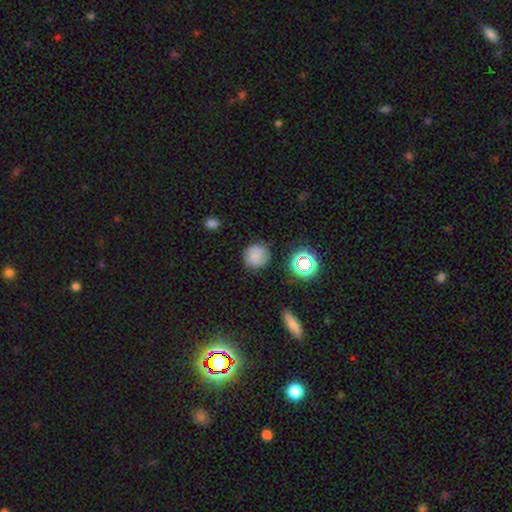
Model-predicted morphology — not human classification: smooth-or-featured: smooth: 70% | featured or disk: 16% | star or artifact: 14%
  how-rounded: round: 89% | in between: 10% | cigar-shaped: 1%
  merging: none: 80% | minor disturbance: 14% | major disturbance: 4% | merger: 2%